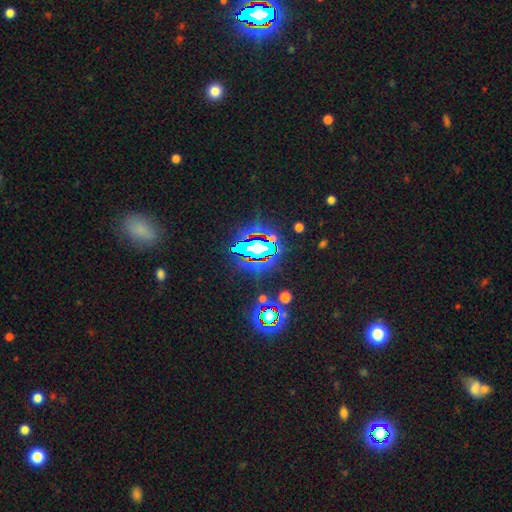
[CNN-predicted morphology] smooth-or-featured: star or artifact: 82% | smooth: 10% | featured or disk: 8%